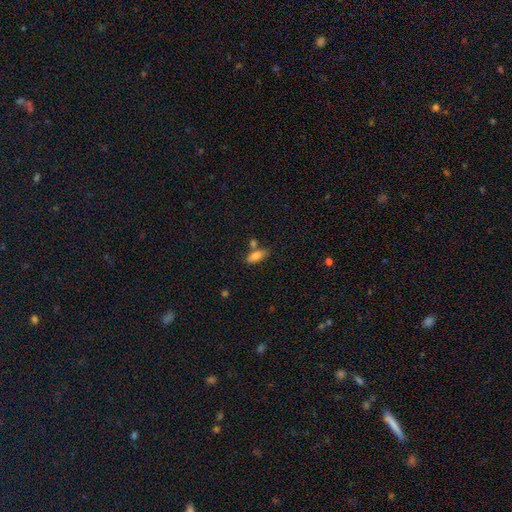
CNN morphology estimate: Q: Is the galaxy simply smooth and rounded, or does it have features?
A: smooth — 82%.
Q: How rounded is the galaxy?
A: in between — 82%.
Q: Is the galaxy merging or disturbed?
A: none — 62%.